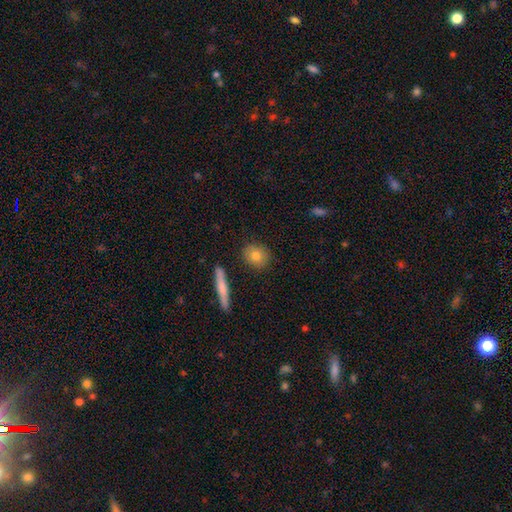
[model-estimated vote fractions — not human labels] Q: Smooth or featured?
A: smooth (78%); runner-up: featured or disk (14%)
Q: How rounded?
A: round (70%); runner-up: in between (26%)
Q: Merging?
A: none (88%); runner-up: minor disturbance (8%)